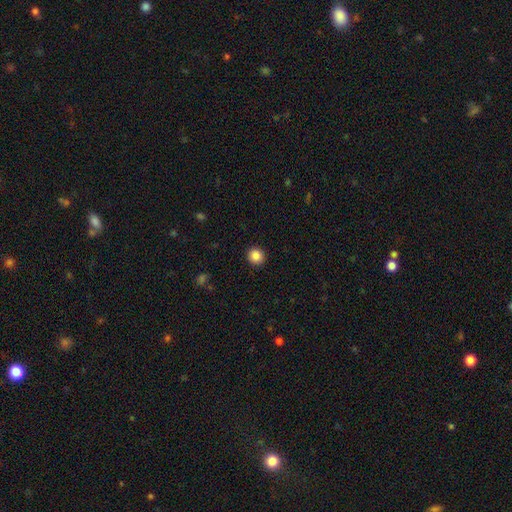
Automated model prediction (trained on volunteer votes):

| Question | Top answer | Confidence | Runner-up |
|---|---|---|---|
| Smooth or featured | smooth | 86% | star or artifact (10%) |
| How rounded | round | 90% | in between (9%) |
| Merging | none | 92% | minor disturbance (5%) |